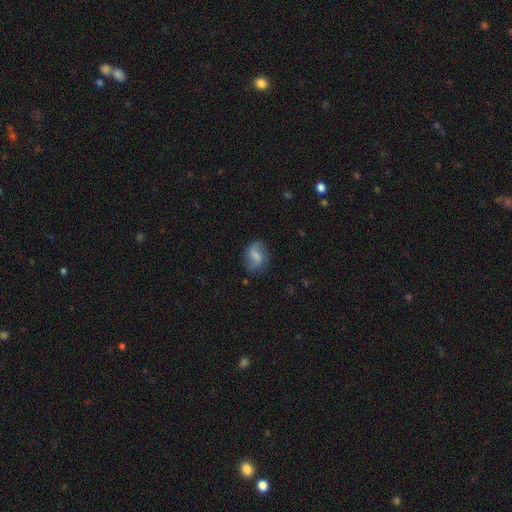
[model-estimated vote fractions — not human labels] Smooth or featured: featured or disk — 48% (smooth — 43%)
Merging: none — 71% (minor disturbance — 19%)